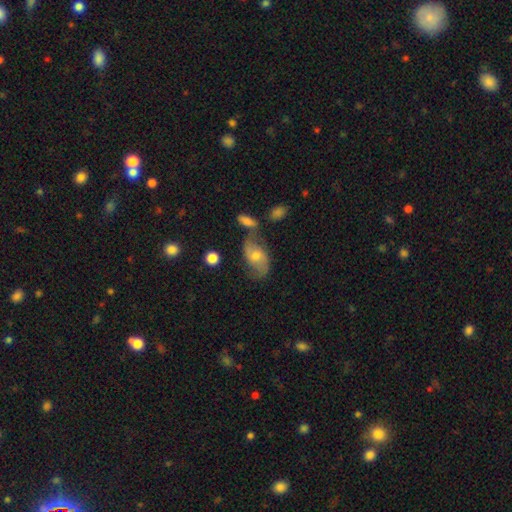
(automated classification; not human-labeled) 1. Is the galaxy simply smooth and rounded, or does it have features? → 60% featured or disk, 32% smooth, 8% star or artifact.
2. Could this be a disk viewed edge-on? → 94% no, 6% yes.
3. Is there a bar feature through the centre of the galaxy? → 66% no, 27% weak, 6% strong.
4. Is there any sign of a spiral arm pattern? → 83% yes, 17% no.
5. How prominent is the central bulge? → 55% moderate, 38% small, 4% large, 2% none, 1% dominant.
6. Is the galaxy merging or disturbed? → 53% none, 22% minor disturbance, 15% merger, 10% major disturbance.